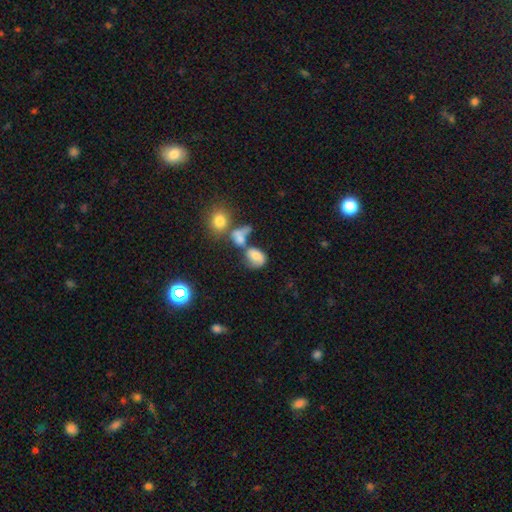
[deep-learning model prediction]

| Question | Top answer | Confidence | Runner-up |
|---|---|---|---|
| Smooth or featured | smooth | 61% | featured or disk (26%) |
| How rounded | in between | 65% | round (32%) |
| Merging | merger | 40% | none (30%) |